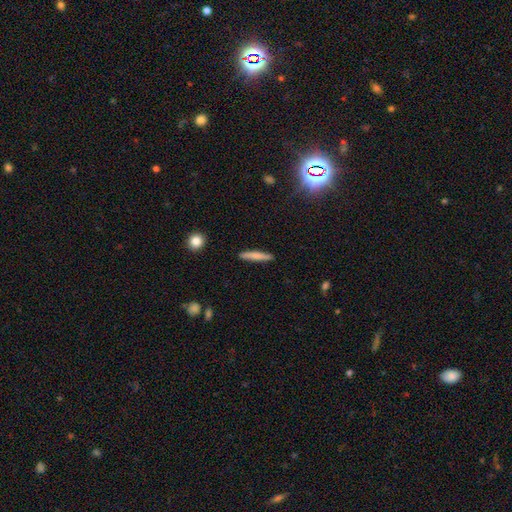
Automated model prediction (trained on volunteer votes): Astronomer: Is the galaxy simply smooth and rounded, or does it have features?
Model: smooth — 71%.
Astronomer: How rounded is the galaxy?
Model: cigar-shaped — 92%.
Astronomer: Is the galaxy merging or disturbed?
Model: none — 89%.